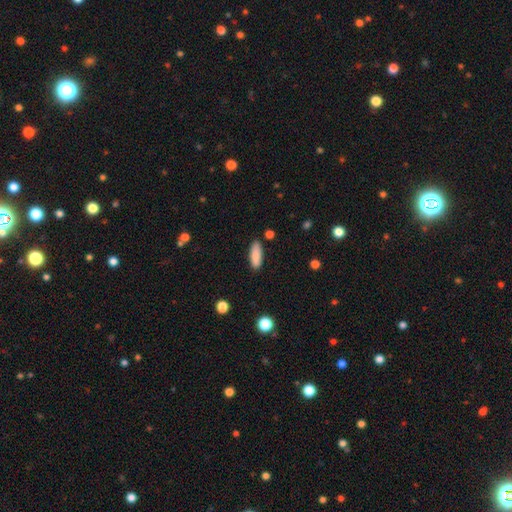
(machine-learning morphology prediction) Smooth or featured? Predicted: smooth (p=0.87). How rounded? Predicted: in between (p=0.59). Merging? Predicted: none (p=0.87).